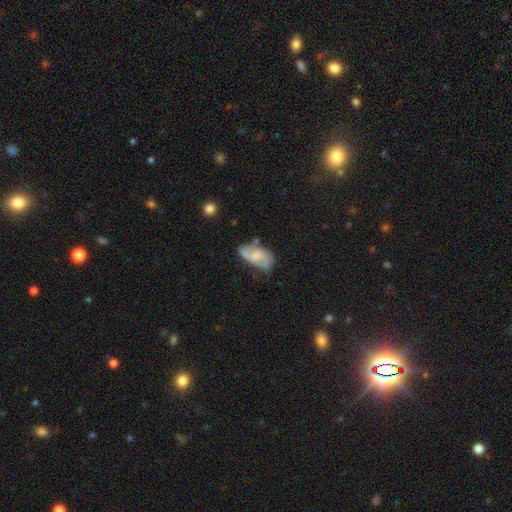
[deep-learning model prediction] A featured or disk galaxy (51%).

Vote fractions:
- Smooth or featured? featured or disk: 51% / smooth: 41% / star or artifact: 8%
- Edge-on disk? no: 94% / yes: 6%
- Merging? none: 41% / minor disturbance: 33% / major disturbance: 17% / merger: 8%